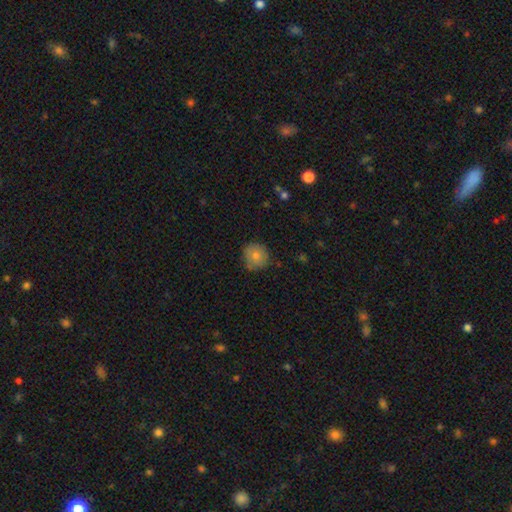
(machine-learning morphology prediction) smooth-or-featured: smooth: 81% | featured or disk: 10% | star or artifact: 9%
  how-rounded: round: 91% | in between: 8% | cigar-shaped: 1%
  merging: none: 76% | minor disturbance: 19% | major disturbance: 3% | merger: 2%